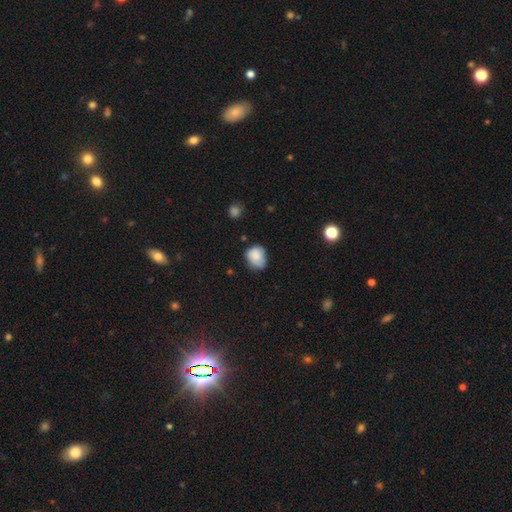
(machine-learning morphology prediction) A smooth galaxy with no disk features (82%) that is round (58%). Merging: none (55%).